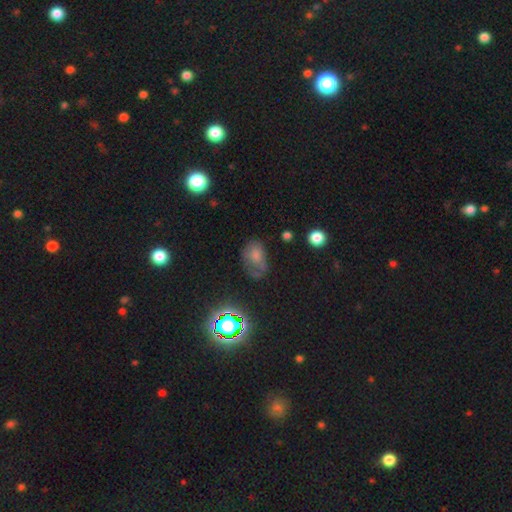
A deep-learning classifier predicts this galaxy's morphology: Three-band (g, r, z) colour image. It shows a smooth galaxy with no disk features (59%) that is in between round and cigar-shaped (79%). Merging: none (39%).